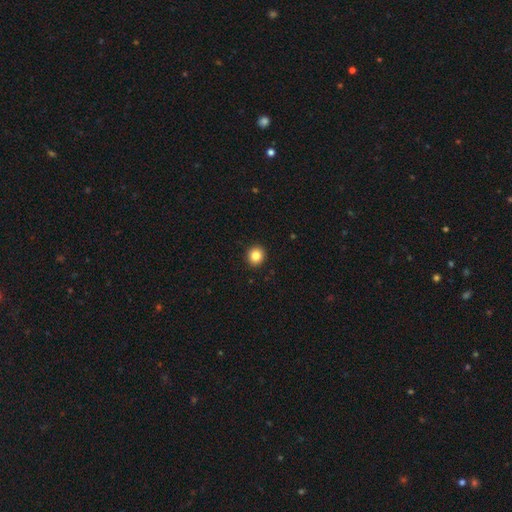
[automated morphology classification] Smooth or featured: smooth — 85% (star or artifact — 10%)
How rounded: round — 88% (in between — 11%)
Merging: none — 93% (minor disturbance — 5%)